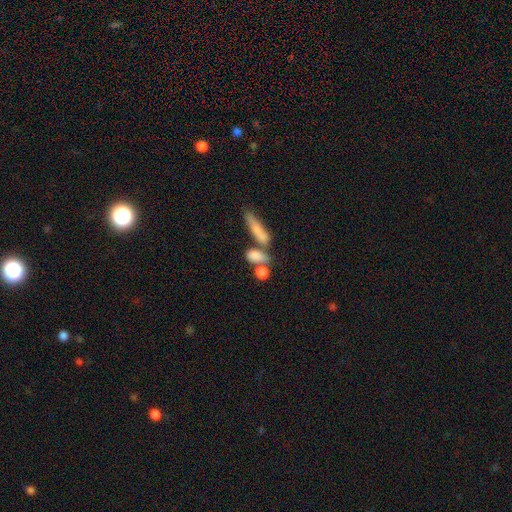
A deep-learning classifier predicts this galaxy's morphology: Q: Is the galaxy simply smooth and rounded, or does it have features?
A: smooth — 78%.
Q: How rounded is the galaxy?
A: in between — 56%.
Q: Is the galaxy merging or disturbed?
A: none — 42%.